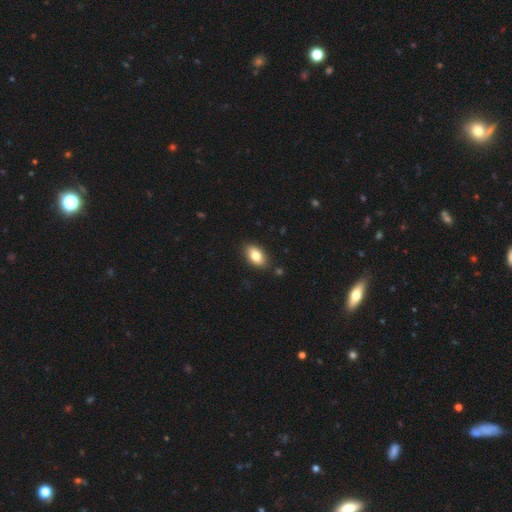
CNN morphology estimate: Smooth or featured? Predicted: smooth (p=0.81). How rounded? Predicted: in between (p=0.91). Merging? Predicted: none (p=0.87).